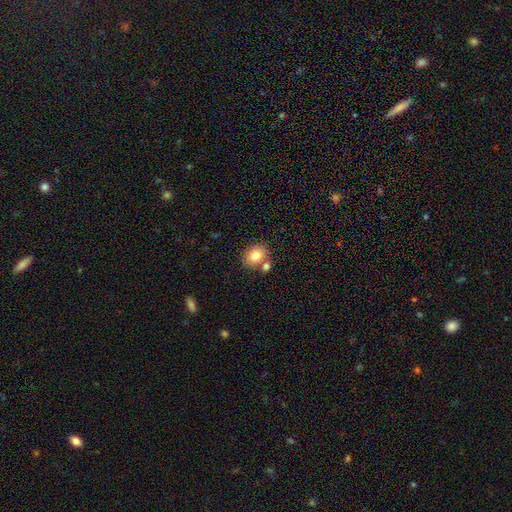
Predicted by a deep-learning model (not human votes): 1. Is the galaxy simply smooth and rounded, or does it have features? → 79% smooth, 12% featured or disk, 9% star or artifact.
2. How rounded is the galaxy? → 52% in between, 47% round, 1% cigar-shaped.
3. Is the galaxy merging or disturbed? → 64% none, 21% merger, 11% minor disturbance, 3% major disturbance.